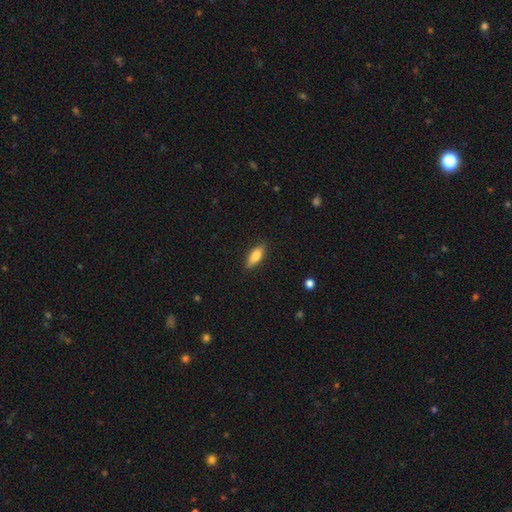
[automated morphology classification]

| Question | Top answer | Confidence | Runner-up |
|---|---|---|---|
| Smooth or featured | smooth | 79% | featured or disk (14%) |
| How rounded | in between | 71% | cigar-shaped (27%) |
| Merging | none | 87% | minor disturbance (10%) |